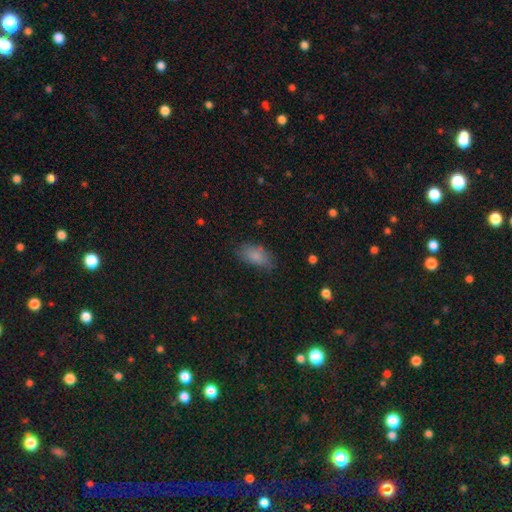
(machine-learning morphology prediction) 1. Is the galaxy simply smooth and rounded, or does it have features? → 82% smooth, 10% featured or disk, 9% star or artifact.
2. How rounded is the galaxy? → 90% in between, 6% cigar-shaped, 4% round.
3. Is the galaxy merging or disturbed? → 70% none, 22% minor disturbance, 6% major disturbance, 2% merger.